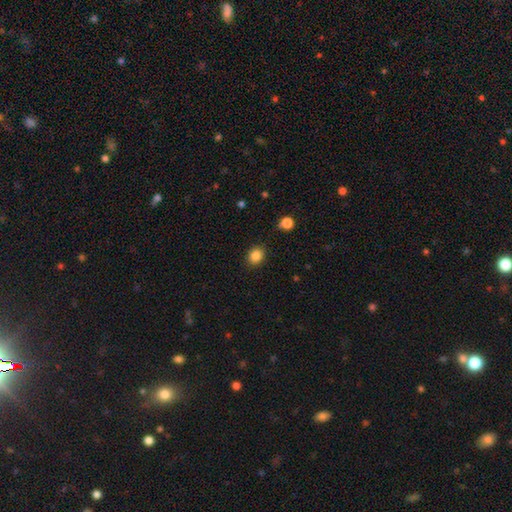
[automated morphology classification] smooth-or-featured: smooth: 86% | star or artifact: 11% | featured or disk: 4%
  how-rounded: round: 60% | in between: 39% | cigar-shaped: 1%
  merging: none: 87% | minor disturbance: 9% | major disturbance: 3% | merger: 1%